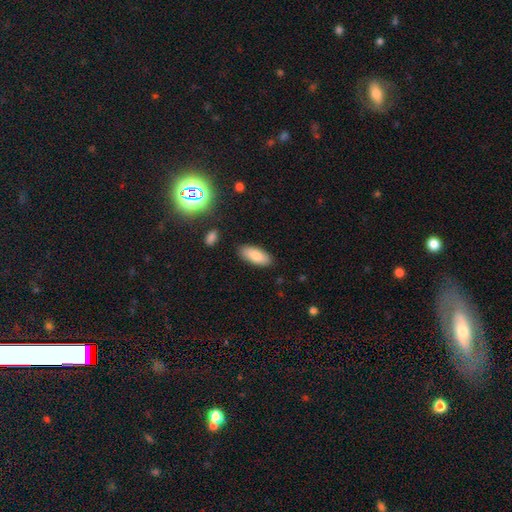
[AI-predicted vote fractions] This appears to be a smooth galaxy with no disk features (83%) that is in between round and cigar-shaped (85%). Merging: none (87%).